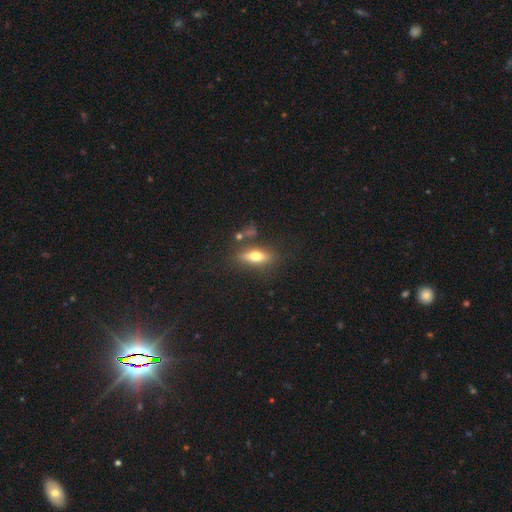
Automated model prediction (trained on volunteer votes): The model was most divided on "how rounded": in between: 61%, cigar-shaped: 33%, round: 5%. More confident: merging — none (74%); smooth or featured — smooth (63%).